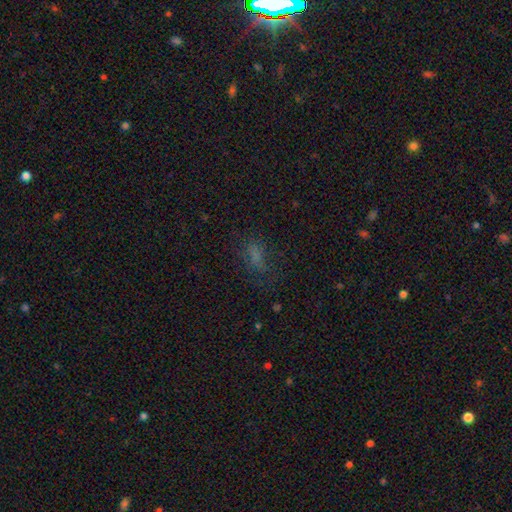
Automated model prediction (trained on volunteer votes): The model was most divided on "smooth or featured": smooth: 56%, star or artifact: 26%, featured or disk: 17%. More confident: how rounded — in between (78%); merging — none (54%).